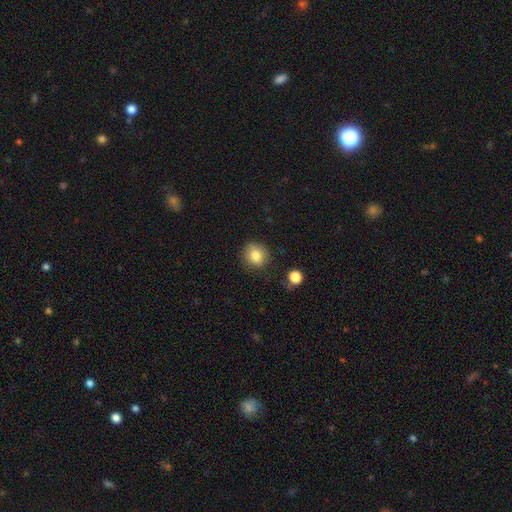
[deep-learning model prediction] Q: Smooth or featured?
A: smooth (81%); runner-up: star or artifact (10%)
Q: How rounded?
A: round (82%); runner-up: in between (17%)
Q: Merging?
A: none (78%); runner-up: minor disturbance (16%)